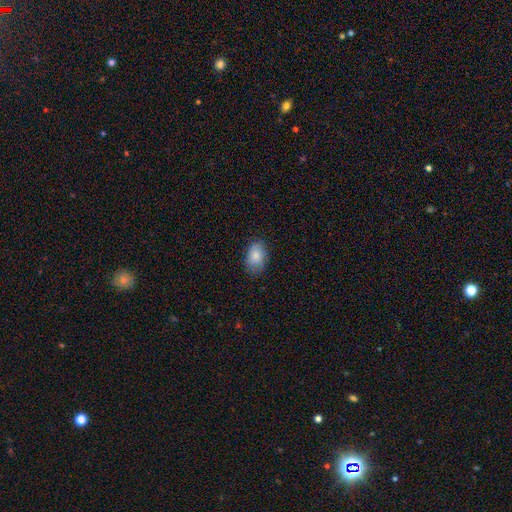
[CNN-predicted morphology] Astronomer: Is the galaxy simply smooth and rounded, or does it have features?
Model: smooth — 85%.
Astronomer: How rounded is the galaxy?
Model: in between — 85%.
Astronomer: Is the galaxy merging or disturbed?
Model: none — 80%.